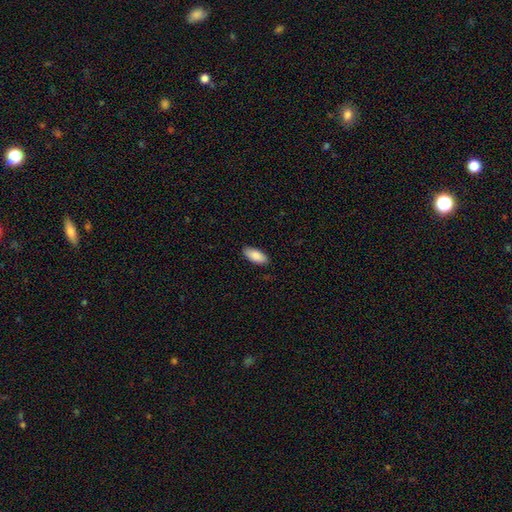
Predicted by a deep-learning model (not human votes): A smooth galaxy with no disk features (88%) that is in between round and cigar-shaped (87%). Merging: none (89%).